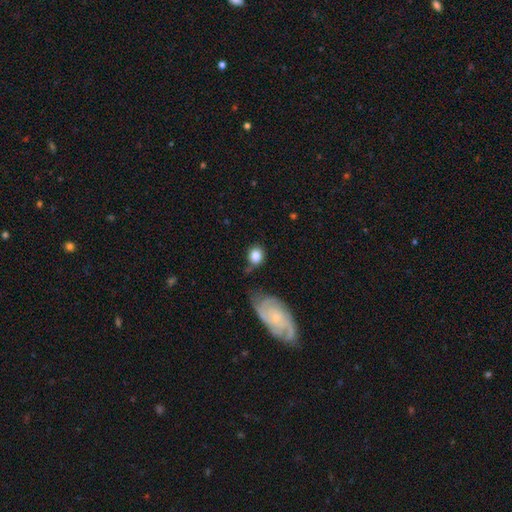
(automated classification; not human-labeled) Smooth or featured?
  - smooth: 81% *
  - featured or disk: 12%
  - star or artifact: 8%
How rounded?
  - round: 65% *
  - in between: 33%
  - cigar-shaped: 1%
Merging?
  - none: 60% *
  - minor disturbance: 21%
  - major disturbance: 9%
  - merger: 9%